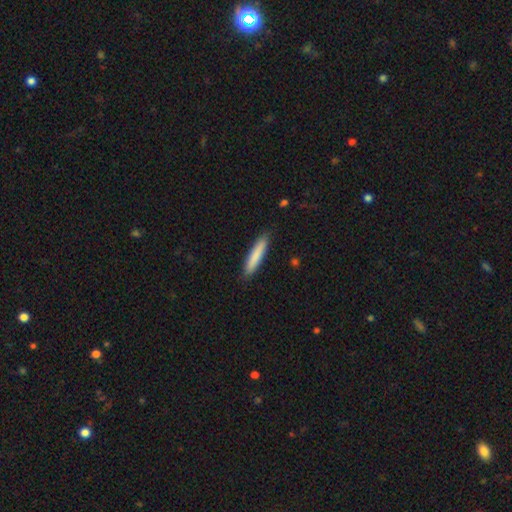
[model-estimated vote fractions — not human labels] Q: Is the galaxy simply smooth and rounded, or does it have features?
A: smooth — 83%.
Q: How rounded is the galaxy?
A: cigar-shaped — 89%.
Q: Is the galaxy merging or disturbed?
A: none — 88%.